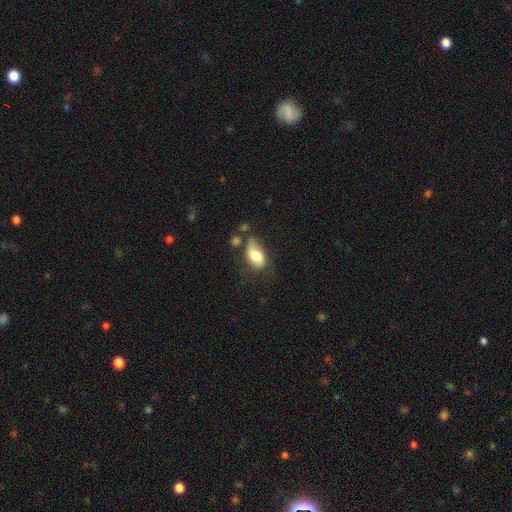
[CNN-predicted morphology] type=smooth (70%); roundness=in between (90%); merging=none (34%).